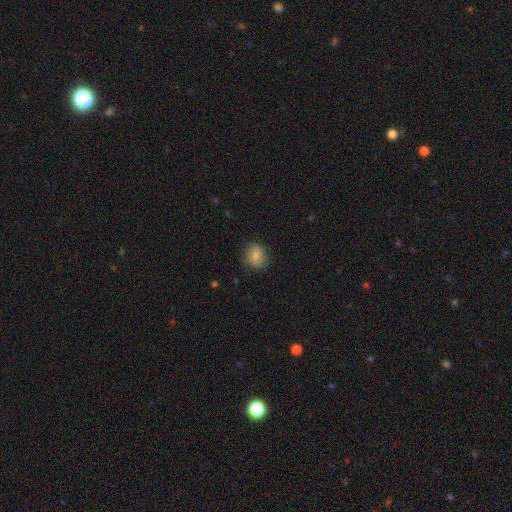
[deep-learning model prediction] smooth 76%, featured or disk 15%, star or artifact 8%. Down the decision tree: how rounded — round (66%); merging — none (77%).